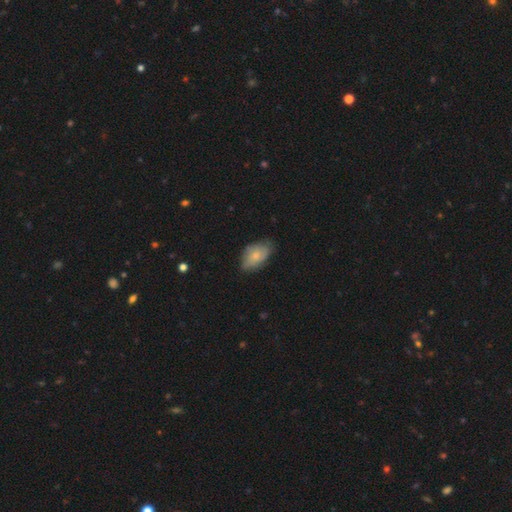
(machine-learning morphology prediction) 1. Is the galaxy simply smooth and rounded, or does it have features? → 73% smooth, 20% featured or disk, 6% star or artifact.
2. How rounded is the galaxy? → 92% in between, 6% round, 2% cigar-shaped.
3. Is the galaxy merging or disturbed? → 64% none, 29% minor disturbance, 5% major disturbance, 1% merger.